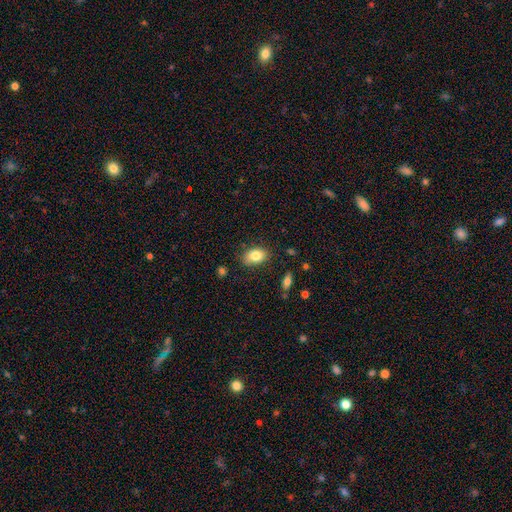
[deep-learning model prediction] Smooth or featured?
  - smooth: 82% *
  - featured or disk: 10%
  - star or artifact: 8%
How rounded?
  - in between: 85% *
  - round: 13%
  - cigar-shaped: 1%
Merging?
  - none: 79% *
  - minor disturbance: 16%
  - major disturbance: 3%
  - merger: 2%